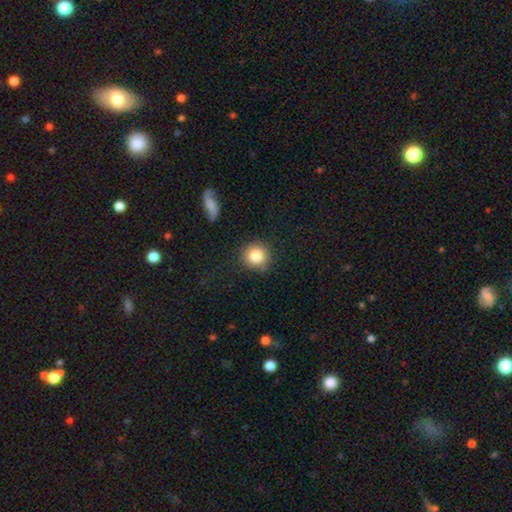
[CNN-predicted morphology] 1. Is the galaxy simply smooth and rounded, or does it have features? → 84% smooth, 10% star or artifact, 7% featured or disk.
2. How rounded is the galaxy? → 93% round, 6% in between, 1% cigar-shaped.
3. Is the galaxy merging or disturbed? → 83% none, 12% minor disturbance, 3% major disturbance, 2% merger.